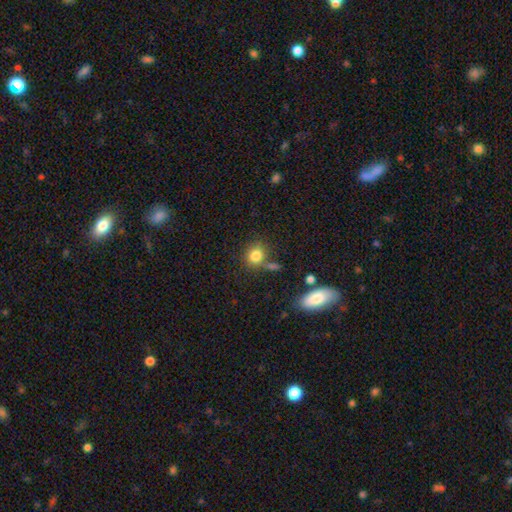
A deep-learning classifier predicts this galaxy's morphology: The model was most divided on "how rounded": round: 67%, in between: 32%, cigar-shaped: 1%. More confident: smooth or featured — smooth (82%); merging — none (67%).